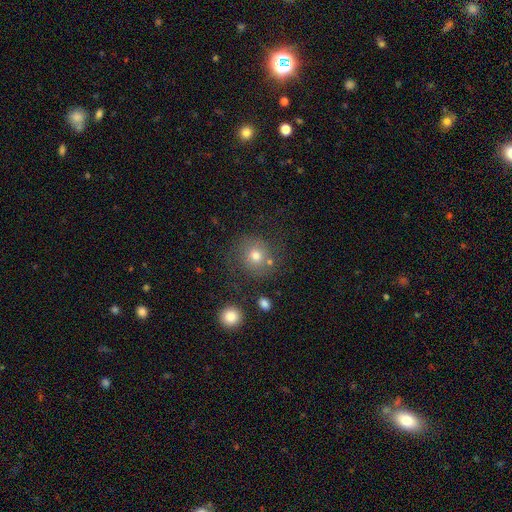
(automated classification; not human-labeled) Smooth or featured? Predicted: smooth (p=0.70). How rounded? Predicted: round (p=0.86). Merging? Predicted: none (p=0.71).